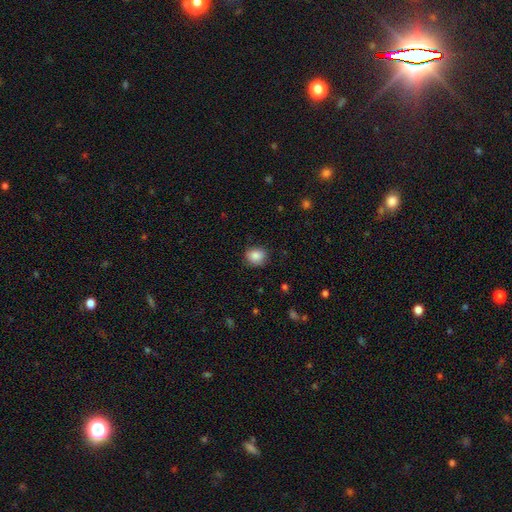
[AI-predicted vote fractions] Morphology: type=smooth (86%); roundness=round (70%); merging=none (80%).